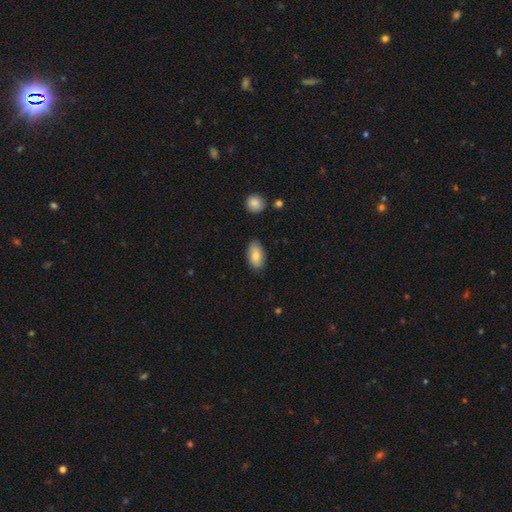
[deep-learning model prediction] Smooth or featured?
  - smooth: 81% *
  - featured or disk: 12%
  - star or artifact: 7%
How rounded?
  - in between: 93% *
  - round: 5%
  - cigar-shaped: 2%
Merging?
  - none: 82% *
  - minor disturbance: 14%
  - major disturbance: 3%
  - merger: 2%